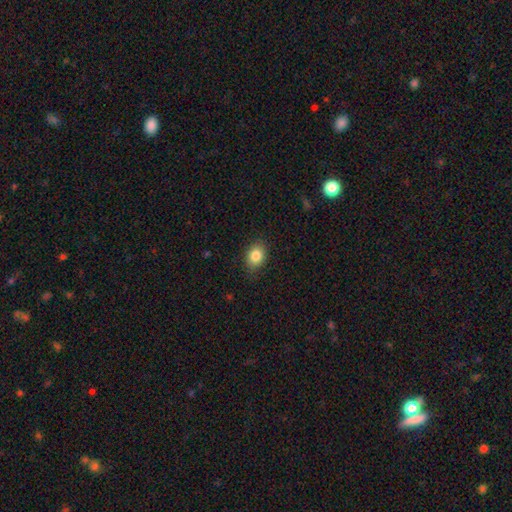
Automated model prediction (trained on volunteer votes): Q: Smooth or featured?
A: smooth (85%); runner-up: star or artifact (9%)
Q: How rounded?
A: in between (65%); runner-up: round (34%)
Q: Merging?
A: none (85%); runner-up: minor disturbance (12%)